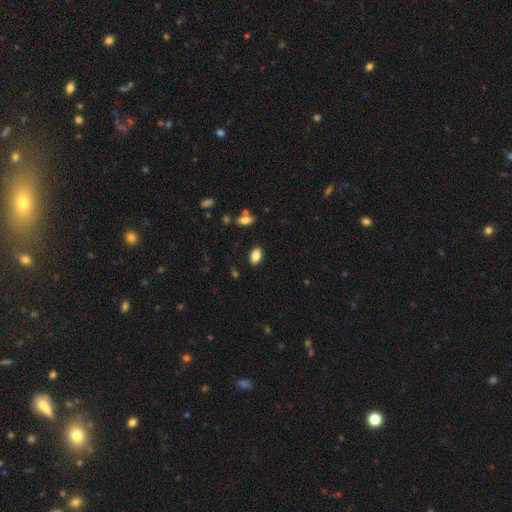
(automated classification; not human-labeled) Smooth or featured?
  - smooth: 84% *
  - star or artifact: 8%
  - featured or disk: 7%
How rounded?
  - in between: 90% *
  - round: 6%
  - cigar-shaped: 4%
Merging?
  - none: 87% *
  - minor disturbance: 9%
  - major disturbance: 2%
  - merger: 2%